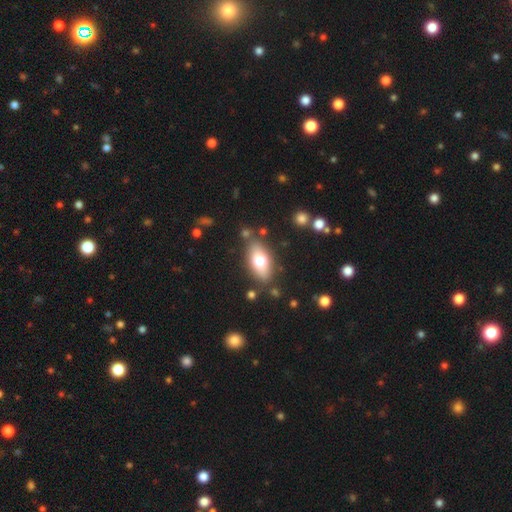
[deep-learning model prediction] smooth_or_featured: smooth (p=0.69) [alt: featured or disk p=0.23]
how_rounded: in between (p=0.86) [alt: cigar-shaped p=0.09]
merging: none (p=0.80) [alt: minor disturbance p=0.12]